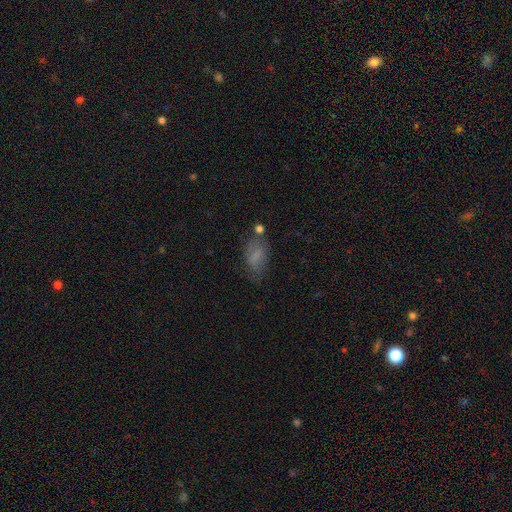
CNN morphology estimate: Smooth or featured: smooth — 68% (featured or disk — 19%)
How rounded: in between — 88% (round — 7%)
Merging: none — 52% (minor disturbance — 26%)